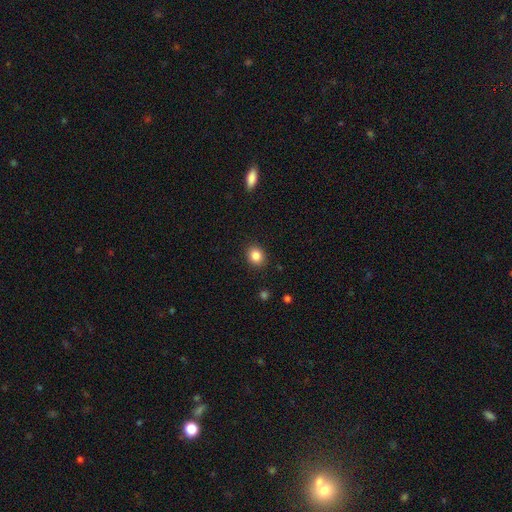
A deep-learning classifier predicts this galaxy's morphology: Smooth or featured? smooth (85%)
How rounded? round (67%)
Merging? none (90%)